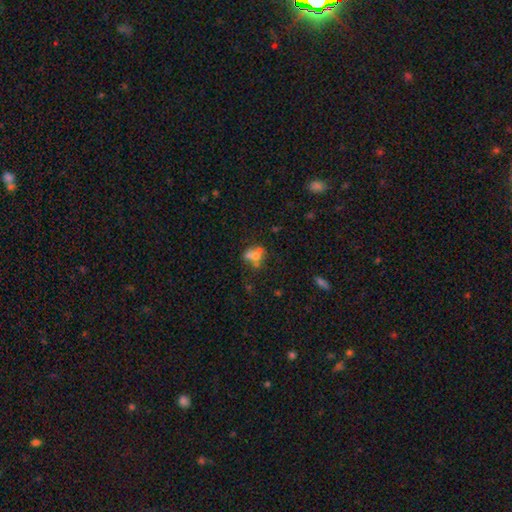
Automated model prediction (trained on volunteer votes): This appears to be a smooth galaxy with no disk features (55%) that is round (54%). Merging: merger (47%).